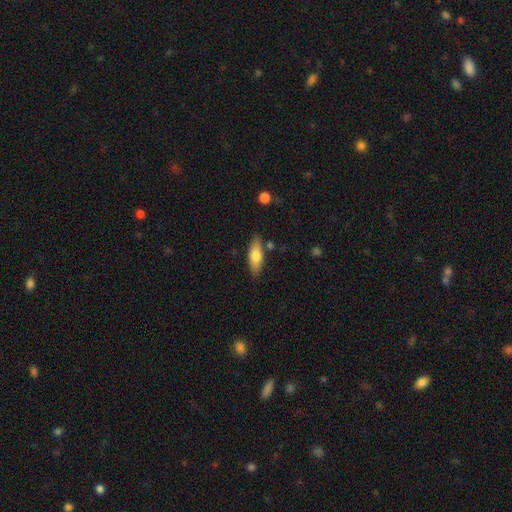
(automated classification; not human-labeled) Q: Smooth or featured?
A: smooth (72%); runner-up: featured or disk (22%)
Q: How rounded?
A: in between (63%); runner-up: cigar-shaped (35%)
Q: Merging?
A: none (81%); runner-up: minor disturbance (13%)